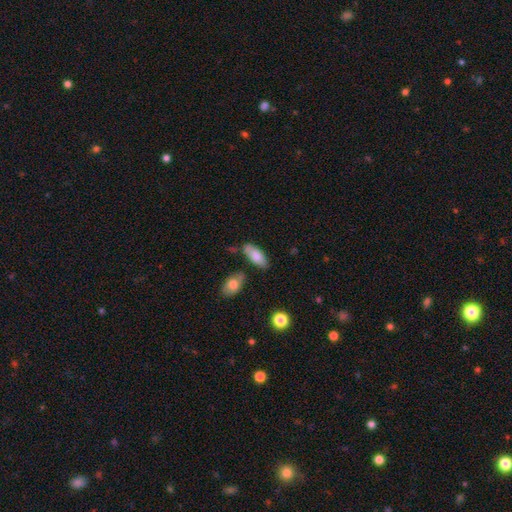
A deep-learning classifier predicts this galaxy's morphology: A smooth galaxy with no disk features (79%) that is in between round and cigar-shaped (82%).

Vote fractions:
- Smooth or featured? smooth: 79% / featured or disk: 14% / star or artifact: 7%
- How rounded? in between: 82% / cigar-shaped: 16% / round: 2%
- Merging? none: 66% / minor disturbance: 20% / merger: 9% / major disturbance: 5%